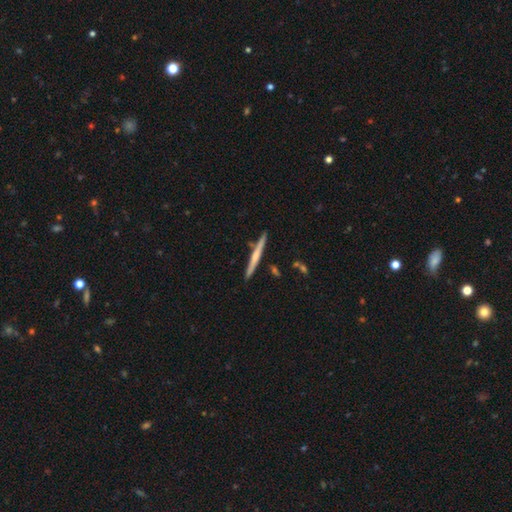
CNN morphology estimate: featured or disk 53%, smooth 42%, star or artifact 6%. Down the decision tree: edge-on disk — yes (98%); edge-on bulge — none (49%); merging — none (89%).